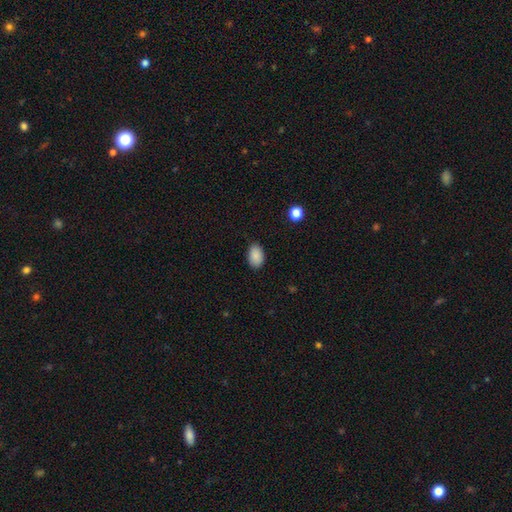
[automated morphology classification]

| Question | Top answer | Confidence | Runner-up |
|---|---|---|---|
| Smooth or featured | smooth | 89% | star or artifact (8%) |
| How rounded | in between | 89% | round (9%) |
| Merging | none | 86% | minor disturbance (11%) |